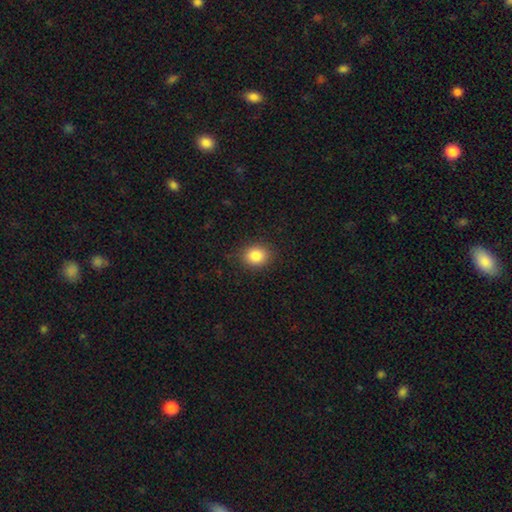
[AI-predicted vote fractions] This appears to be a smooth galaxy with no disk features (85%) that is round (61%). Merging: none (87%).